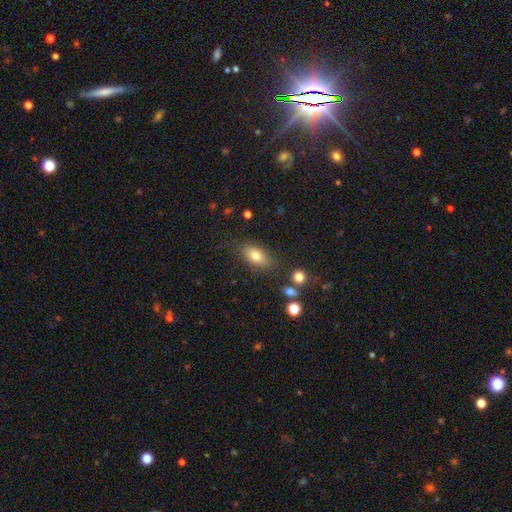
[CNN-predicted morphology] Overall: smooth (79%). How rounded: in between (86%). Merging: none (79%).